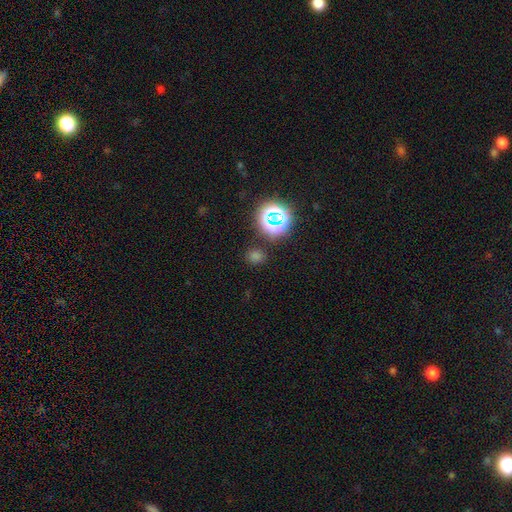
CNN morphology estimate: This appears to be a smooth galaxy with no disk features (56%) that is round (82%). Merging: none (84%).